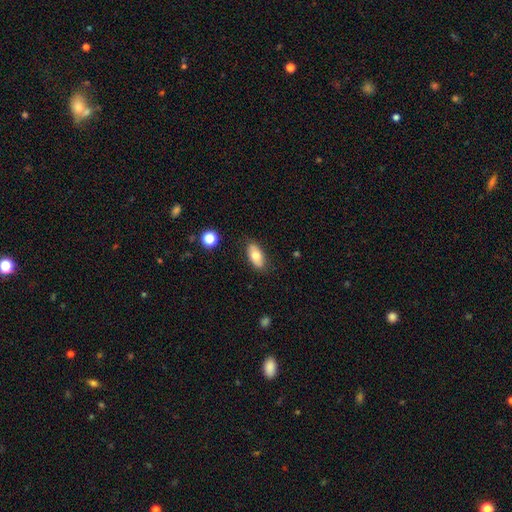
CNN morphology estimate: A smooth galaxy with no disk features (74%) that is in between round and cigar-shaped (90%). Merging: none (84%).